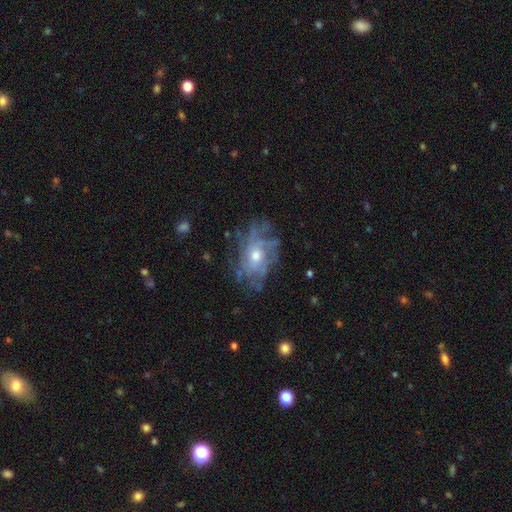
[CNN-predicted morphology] A featured or disk galaxy (79%) with no bar (79%), tight (47%) spiral arms (83%) and a moderate central bulge (61%). Merging: none (67%).